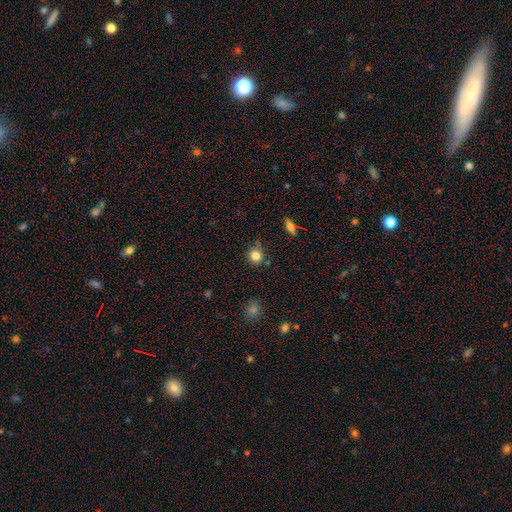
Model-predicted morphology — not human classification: smooth_or_featured: smooth (p=0.82) [alt: star or artifact p=0.12]
how_rounded: round (p=0.90) [alt: in between p=0.09]
merging: none (p=0.77) [alt: minor disturbance p=0.16]